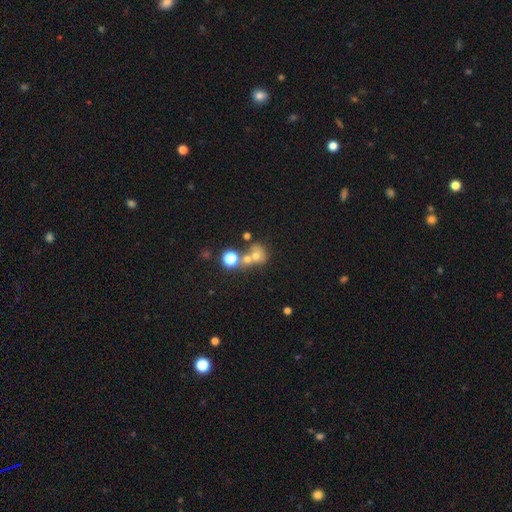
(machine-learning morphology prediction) smooth 62%, star or artifact 20%, featured or disk 19%. Down the decision tree: how rounded — round (73%); merging — merger (48%).